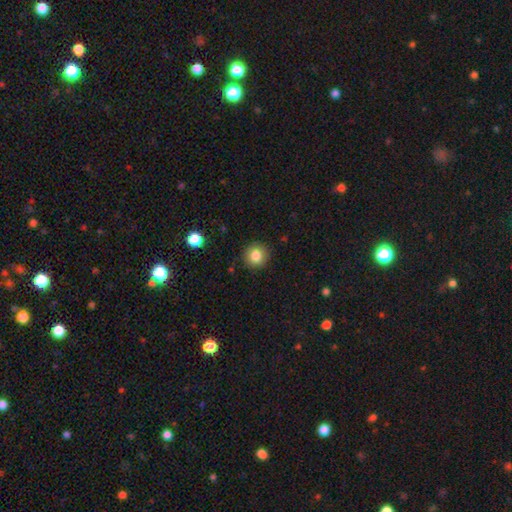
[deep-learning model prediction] Smooth or featured? smooth (84%)
How rounded? round (92%)
Merging? none (89%)